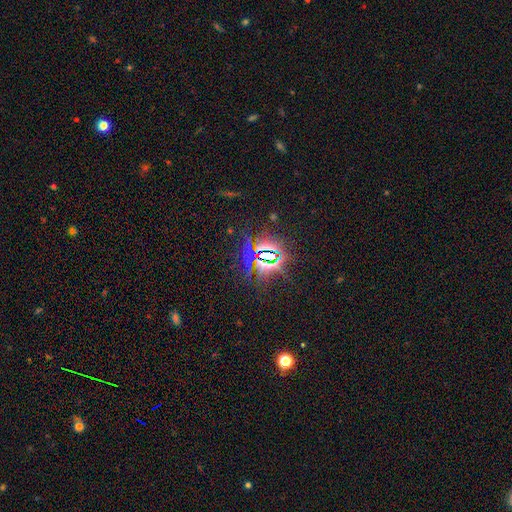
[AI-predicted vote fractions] This appears to be a star or artifact, not a galaxy (84%).